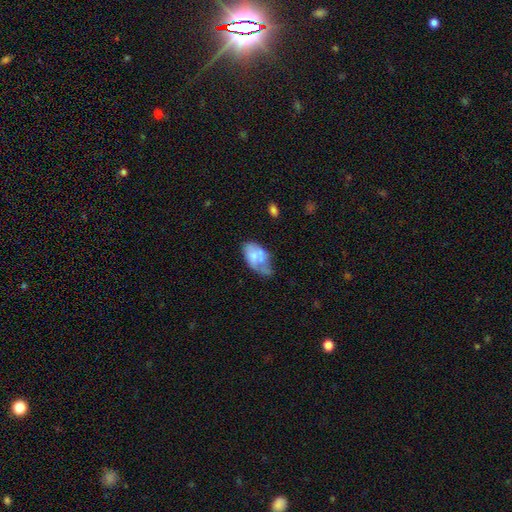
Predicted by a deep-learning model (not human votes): Smooth or featured? smooth (57%)
How rounded? in between (93%)
Merging? minor disturbance (34%)